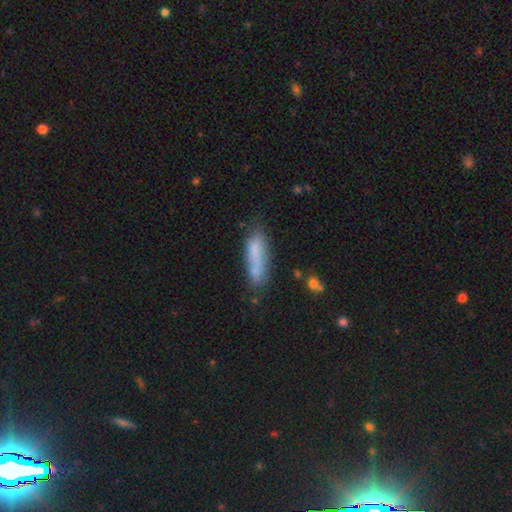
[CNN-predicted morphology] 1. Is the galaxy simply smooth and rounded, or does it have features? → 73% smooth, 18% featured or disk, 9% star or artifact.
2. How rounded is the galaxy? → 67% cigar-shaped, 31% in between, 2% round.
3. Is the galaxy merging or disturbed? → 54% none, 24% minor disturbance, 13% merger, 9% major disturbance.